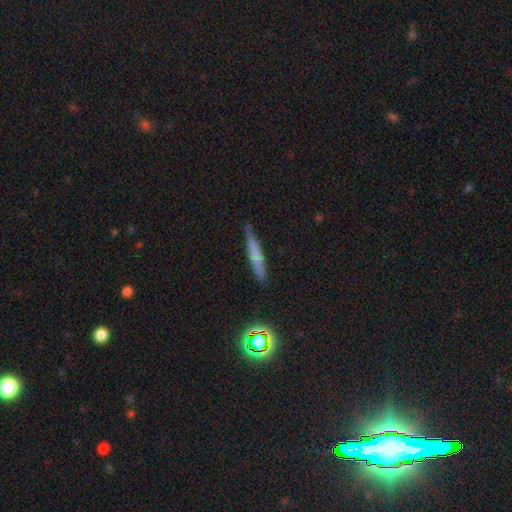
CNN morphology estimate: type=smooth (56%); roundness=cigar-shaped (92%); merging=none (80%).